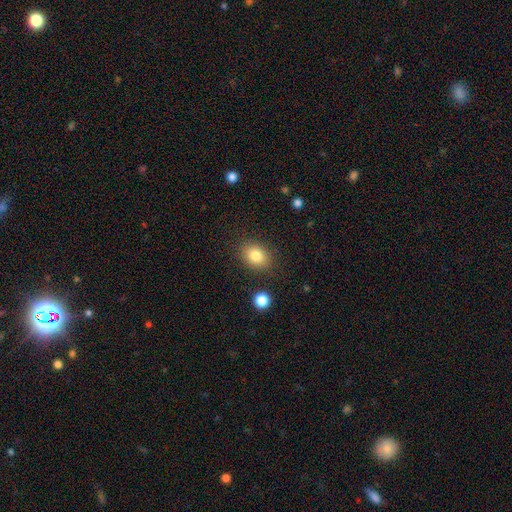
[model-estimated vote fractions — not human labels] Smooth or featured?
  - smooth: 82% *
  - star or artifact: 10%
  - featured or disk: 9%
How rounded?
  - in between: 60% *
  - round: 39%
  - cigar-shaped: 1%
Merging?
  - none: 84% *
  - minor disturbance: 10%
  - major disturbance: 3%
  - merger: 2%